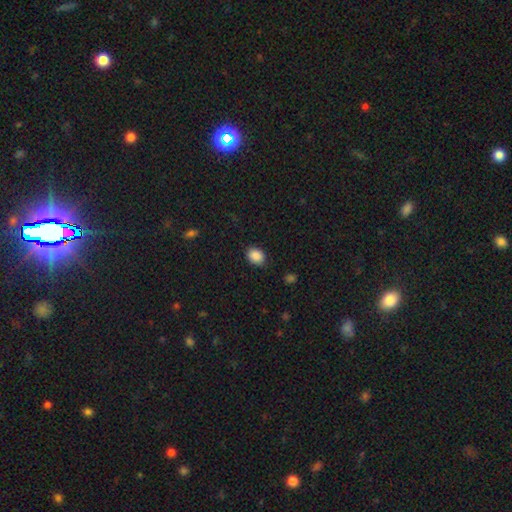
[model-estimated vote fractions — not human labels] The model was most divided on "how rounded": in between: 54%, round: 45%, cigar-shaped: 1%. More confident: smooth or featured — smooth (88%); merging — none (85%).